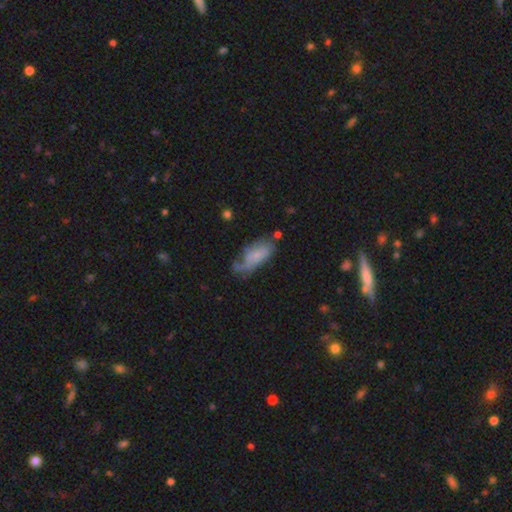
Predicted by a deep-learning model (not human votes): smooth 50%, featured or disk 42%, star or artifact 8%. Down the decision tree: merging — none (39%).